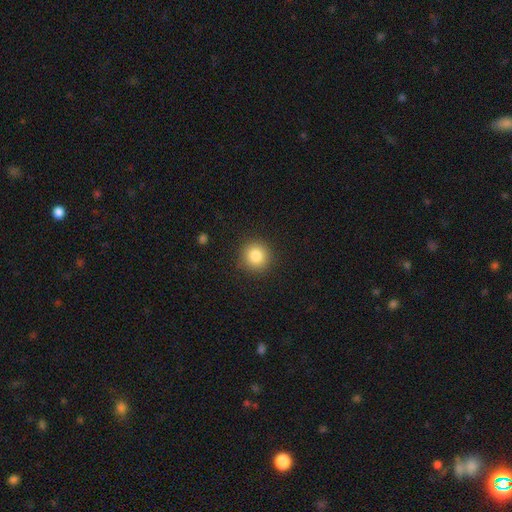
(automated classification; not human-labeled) smooth-or-featured: smooth: 84% | star or artifact: 10% | featured or disk: 6%
  how-rounded: round: 93% | in between: 6% | cigar-shaped: 1%
  merging: none: 90% | minor disturbance: 7% | major disturbance: 2% | merger: 1%